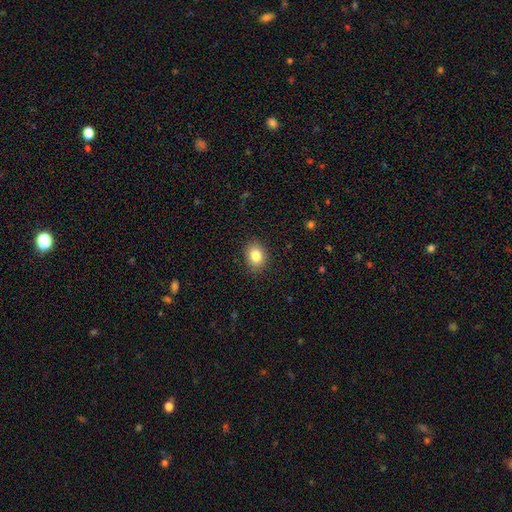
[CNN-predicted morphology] Smooth or featured? Predicted: smooth (p=0.83). How rounded? Predicted: in between (p=0.56). Merging? Predicted: none (p=0.88).